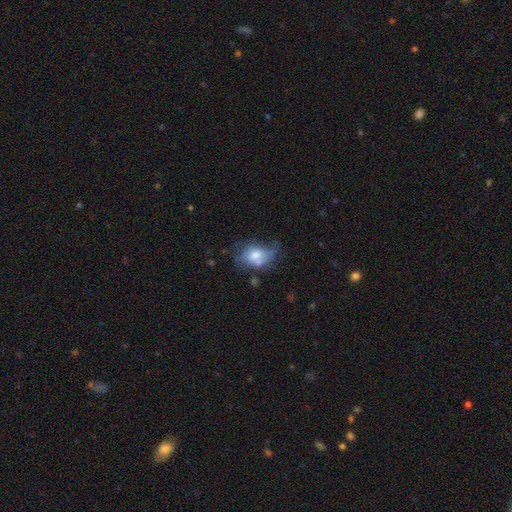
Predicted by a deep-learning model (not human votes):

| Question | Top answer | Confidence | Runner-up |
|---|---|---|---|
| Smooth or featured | smooth | 56% | featured or disk (35%) |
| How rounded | in between | 76% | round (22%) |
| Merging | none | 31% | minor disturbance (30%) |